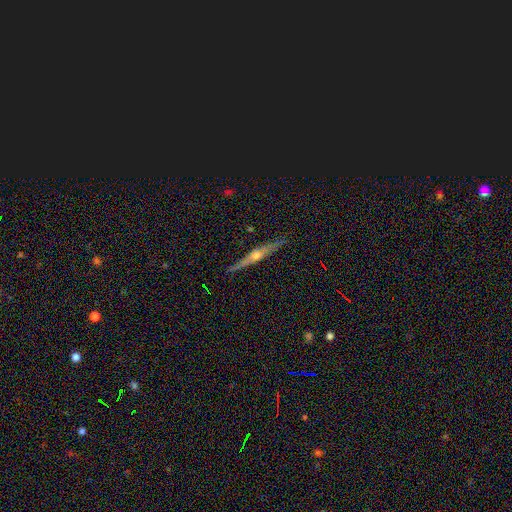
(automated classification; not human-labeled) featured or disk 79%, smooth 12%, star or artifact 9%. Down the decision tree: edge-on disk — yes (98%); edge-on bulge — rounded (90%); merging — none (91%).